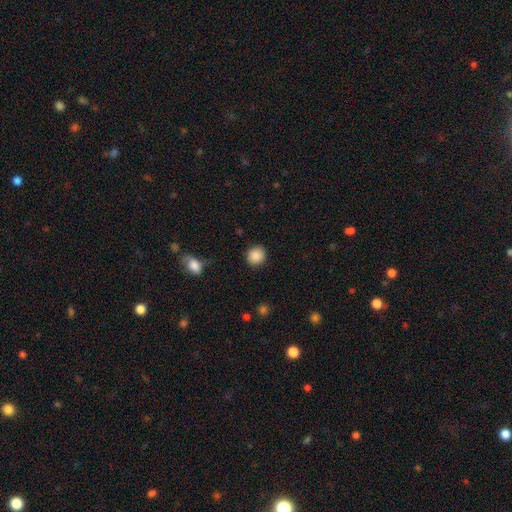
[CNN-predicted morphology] This is clearly a smooth galaxy (89%). How rounded: clearly round (86%). Merging: clearly none (88%).